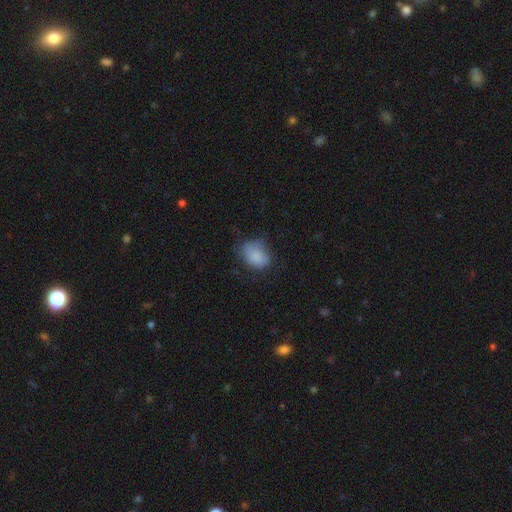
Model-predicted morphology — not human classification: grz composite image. It shows a smooth galaxy with no disk features (80%) that is in between round and cigar-shaped (63%). Merging: none (52%).